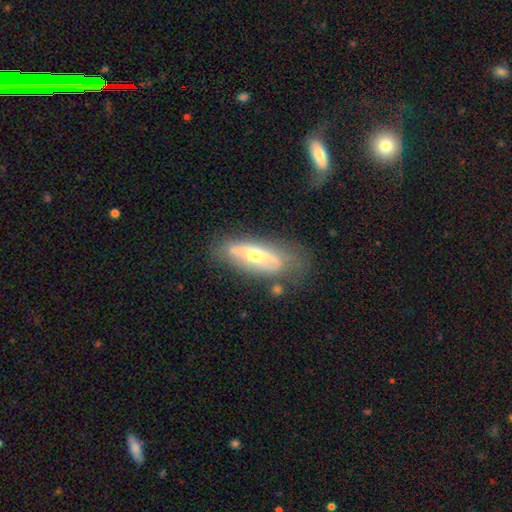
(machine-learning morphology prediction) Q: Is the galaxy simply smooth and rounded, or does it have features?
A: featured or disk — 60%.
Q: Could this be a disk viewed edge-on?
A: no — 66%.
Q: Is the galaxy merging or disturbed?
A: none — 59%.